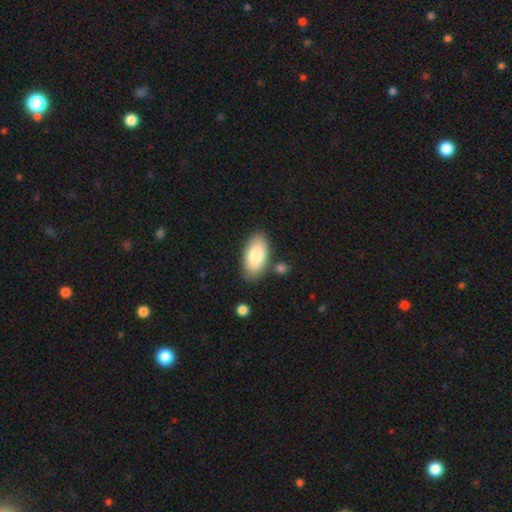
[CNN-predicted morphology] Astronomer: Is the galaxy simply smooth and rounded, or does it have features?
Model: smooth — 84%.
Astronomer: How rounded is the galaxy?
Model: in between — 94%.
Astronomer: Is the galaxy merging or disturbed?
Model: none — 79%.